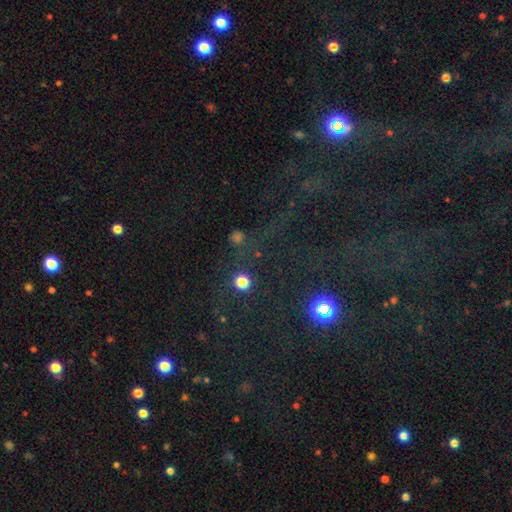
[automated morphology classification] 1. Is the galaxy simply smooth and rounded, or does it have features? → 67% star or artifact, 23% smooth, 10% featured or disk.